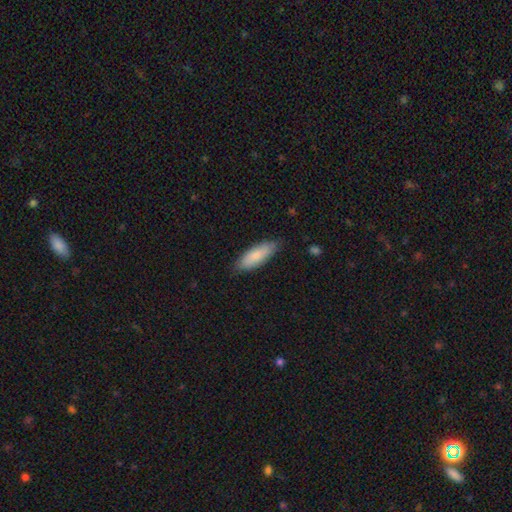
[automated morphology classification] The model was most divided on "how rounded": in between: 62%, cigar-shaped: 36%, round: 2%. More confident: merging — none (82%); smooth or featured — smooth (82%).